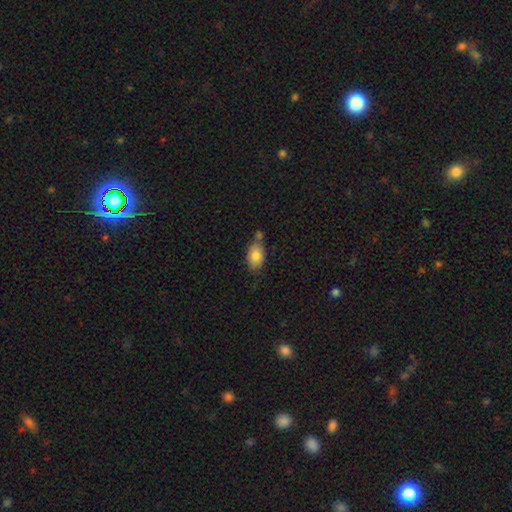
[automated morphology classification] The model was most divided on "merging": none: 53%, minor disturbance: 22%, merger: 20%, major disturbance: 5%. More confident: how rounded — in between (87%); smooth or featured — smooth (81%).